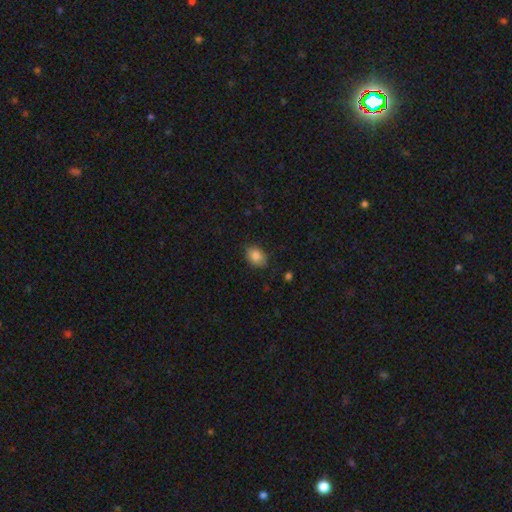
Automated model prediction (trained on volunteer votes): A smooth galaxy with no disk features (85%) that is in between round and cigar-shaped (71%). Merging: none (82%).